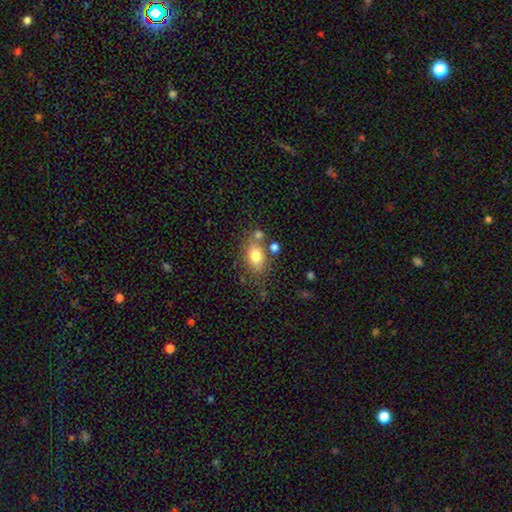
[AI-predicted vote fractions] Smooth or featured? Predicted: smooth (p=0.78). How rounded? Predicted: in between (p=0.80). Merging? Predicted: none (p=0.64).